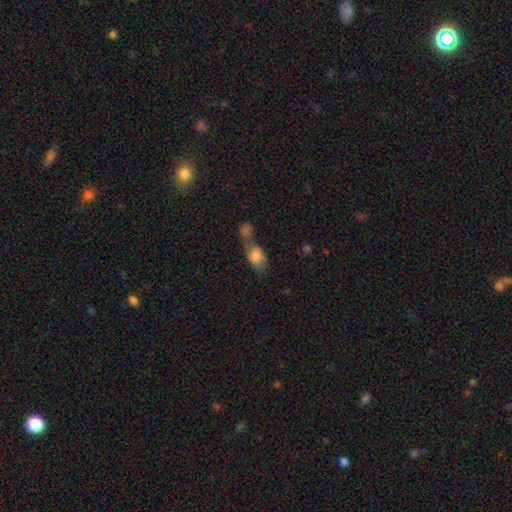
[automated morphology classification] Smooth or featured?
  - smooth: 78% *
  - featured or disk: 14%
  - star or artifact: 8%
How rounded?
  - in between: 85% *
  - round: 13%
  - cigar-shaped: 2%
Merging?
  - merger: 61% *
  - none: 20%
  - minor disturbance: 10%
  - major disturbance: 9%